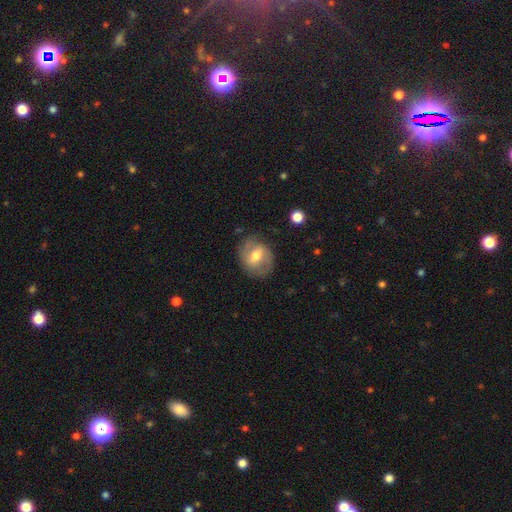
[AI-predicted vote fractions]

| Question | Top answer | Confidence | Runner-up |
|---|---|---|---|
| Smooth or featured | featured or disk | 54% | smooth (39%) |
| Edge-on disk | no | 95% | yes (5%) |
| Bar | weak | 48% | strong (28%) |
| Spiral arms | yes | 69% | no (31%) |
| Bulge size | moderate | 69% | small (19%) |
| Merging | none | 71% | minor disturbance (20%) |